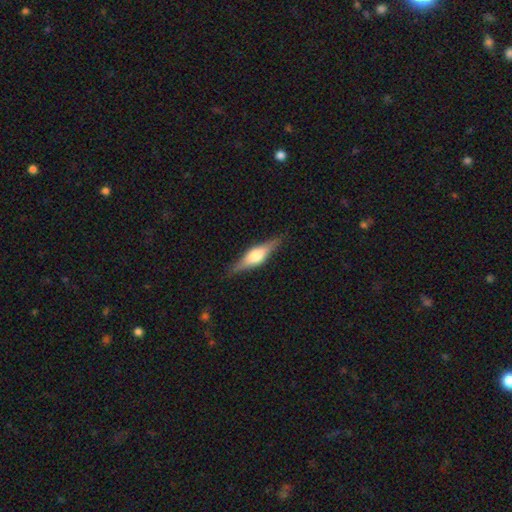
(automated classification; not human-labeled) smooth-or-featured: featured or disk: 61% | smooth: 33% | star or artifact: 6%
  disk-edge-on: yes: 95% | no: 5%
    edge-on-bulge: rounded: 87% | boxy: 11% | none: 2%
  merging: none: 86% | minor disturbance: 10% | major disturbance: 2% | merger: 1%